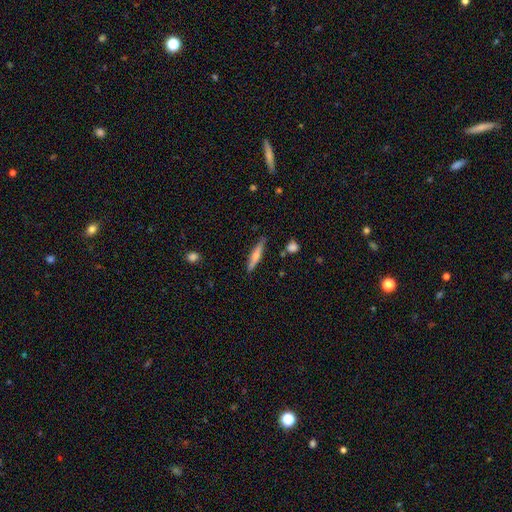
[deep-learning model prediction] smooth 56%, featured or disk 38%, star or artifact 6%. Down the decision tree: how rounded — cigar-shaped (86%); merging — none (83%).